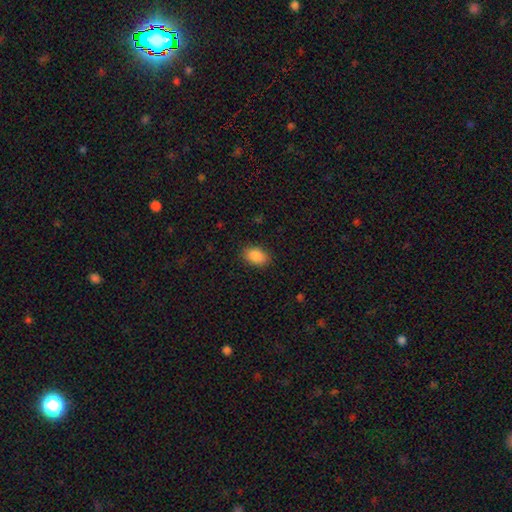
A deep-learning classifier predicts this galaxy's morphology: This is clearly a smooth galaxy (89%). How rounded: clearly in between (88%). Merging: clearly none (87%).